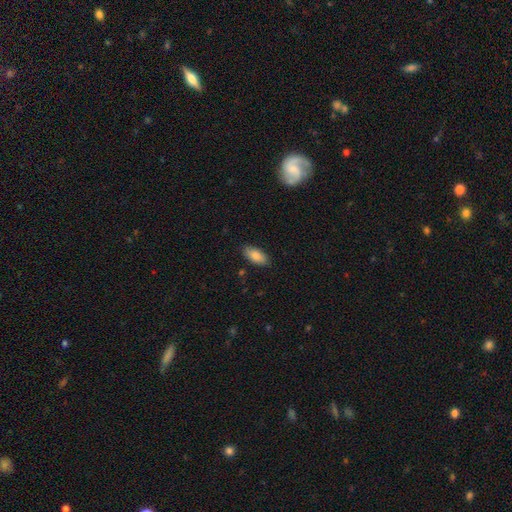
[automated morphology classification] This is clearly a smooth galaxy (85%). How rounded: clearly in between (89%). Merging: clearly none (86%).